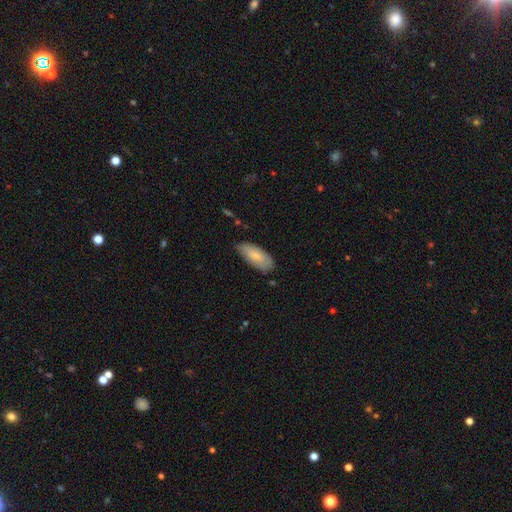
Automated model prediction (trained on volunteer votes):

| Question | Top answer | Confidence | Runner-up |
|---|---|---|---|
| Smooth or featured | smooth | 76% | featured or disk (18%) |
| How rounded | in between | 84% | cigar-shaped (15%) |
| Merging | none | 69% | minor disturbance (26%) |